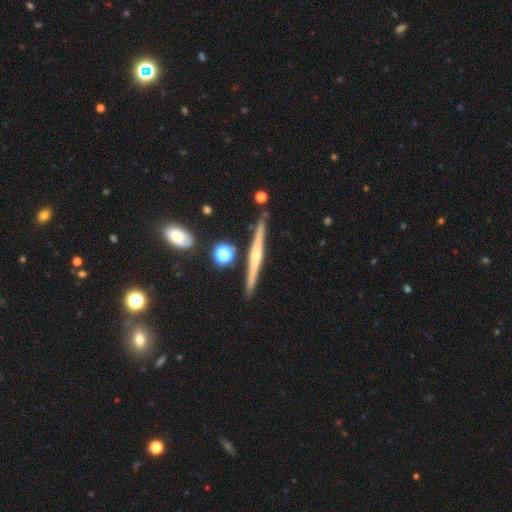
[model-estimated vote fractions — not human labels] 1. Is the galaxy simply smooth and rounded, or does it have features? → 77% featured or disk, 16% smooth, 7% star or artifact.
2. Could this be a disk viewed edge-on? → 98% yes, 2% no.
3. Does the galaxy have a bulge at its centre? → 73% rounded, 19% none, 8% boxy.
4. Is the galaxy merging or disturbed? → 88% none, 8% minor disturbance, 3% merger, 2% major disturbance.